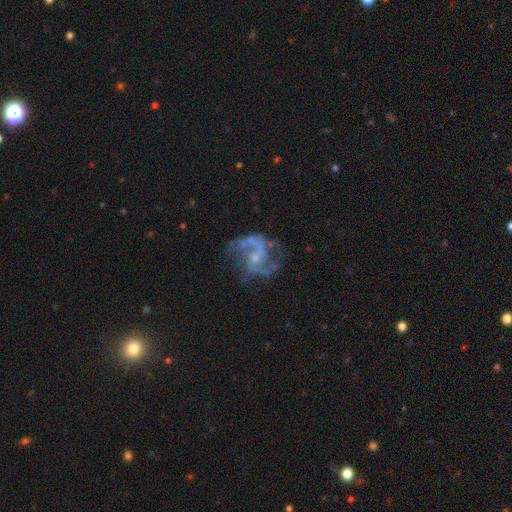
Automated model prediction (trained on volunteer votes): This is clearly a featured or disk galaxy (83%). It is clearly not viewed edge-on (98%). Bar: possibly no (52%). Spiral arm pattern: clearly yes (90%). Spiral arm count: likely 2 (71%). Spiral winding: marginally medium (45%). Central bulge: possibly small (56%). Merging: possibly none (57%).